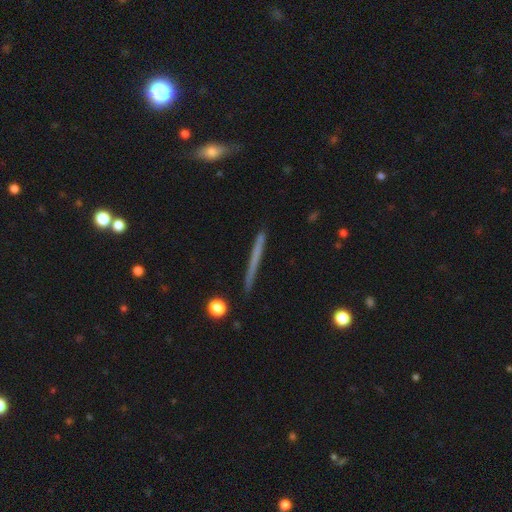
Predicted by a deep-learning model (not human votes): Smooth or featured? featured or disk (47%)
Merging? none (90%)